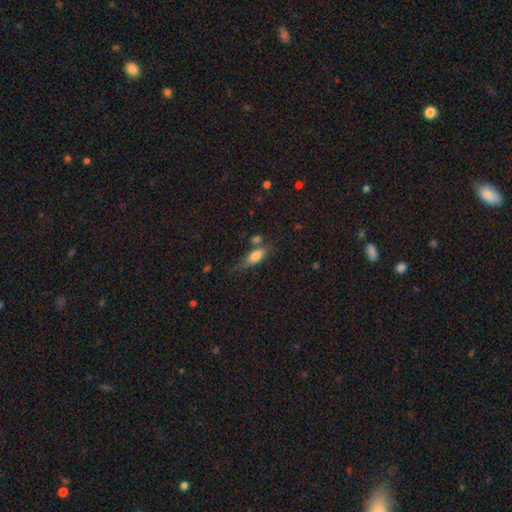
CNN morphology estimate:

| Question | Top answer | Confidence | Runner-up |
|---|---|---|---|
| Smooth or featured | smooth | 70% | featured or disk (21%) |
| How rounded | in between | 65% | cigar-shaped (31%) |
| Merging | none | 51% | minor disturbance (25%) |